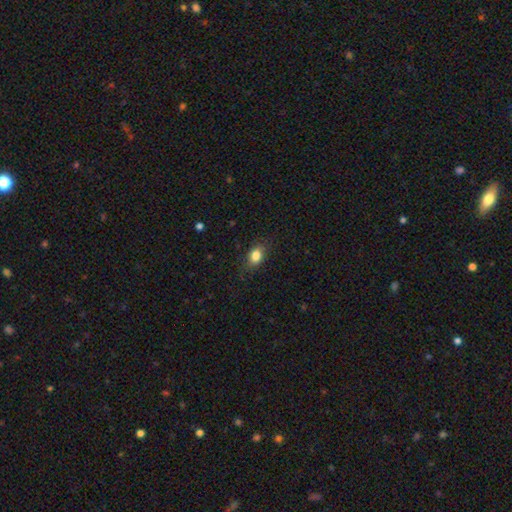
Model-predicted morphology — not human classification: Smooth or featured?
  - smooth: 84% *
  - star or artifact: 9%
  - featured or disk: 7%
How rounded?
  - in between: 77% *
  - round: 21%
  - cigar-shaped: 2%
Merging?
  - none: 81% *
  - minor disturbance: 14%
  - major disturbance: 4%
  - merger: 1%